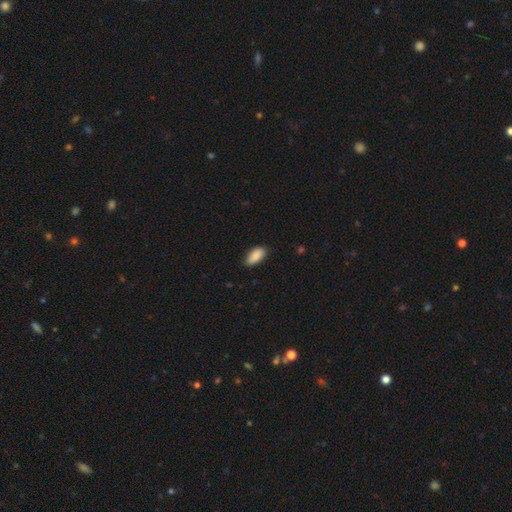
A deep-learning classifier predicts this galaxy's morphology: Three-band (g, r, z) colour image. It shows a smooth galaxy with no disk features (88%) that is in between round and cigar-shaped (92%). Merging: none (83%).